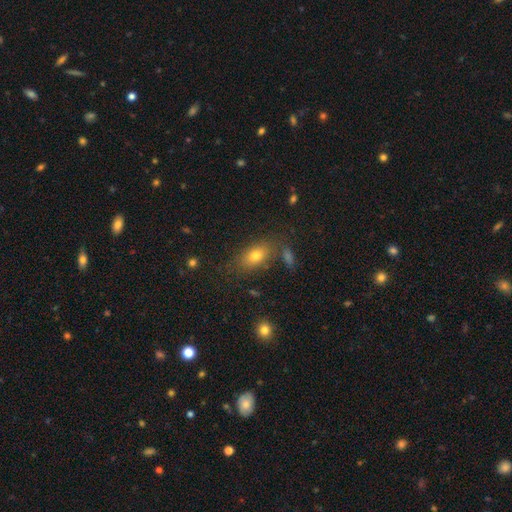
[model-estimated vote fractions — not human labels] This is likely a smooth galaxy (73%). How rounded: clearly in between (83%). Merging: likely none (74%).